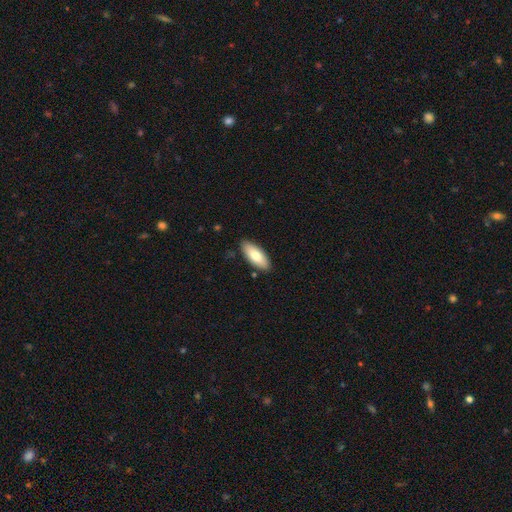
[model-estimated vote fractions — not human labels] This appears to be a smooth galaxy with no disk features (78%) that is in between round and cigar-shaped (79%). Merging: none (87%).